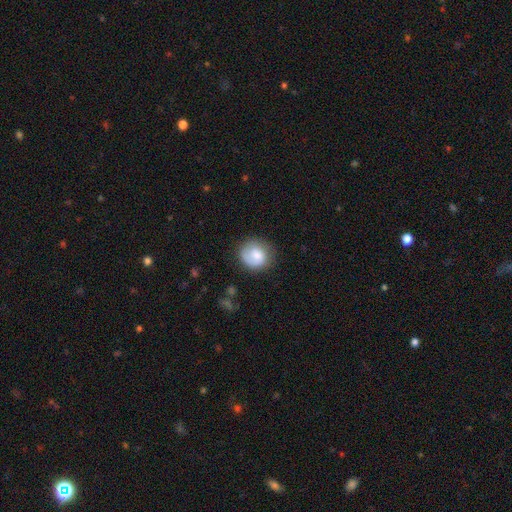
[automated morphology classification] The model was most divided on "smooth or featured": smooth: 67%, featured or disk: 26%, star or artifact: 7%. More confident: how rounded — round (81%); merging — none (72%).